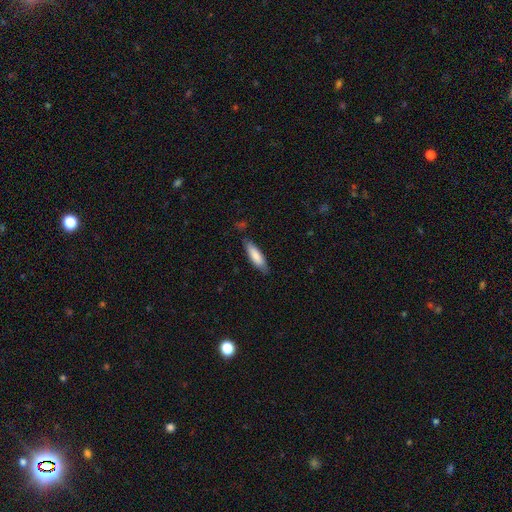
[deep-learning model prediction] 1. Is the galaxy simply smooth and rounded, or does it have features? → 81% smooth, 13% featured or disk, 6% star or artifact.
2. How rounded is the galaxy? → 59% cigar-shaped, 40% in between, 1% round.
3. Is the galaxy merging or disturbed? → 79% none, 16% minor disturbance, 3% major disturbance, 2% merger.